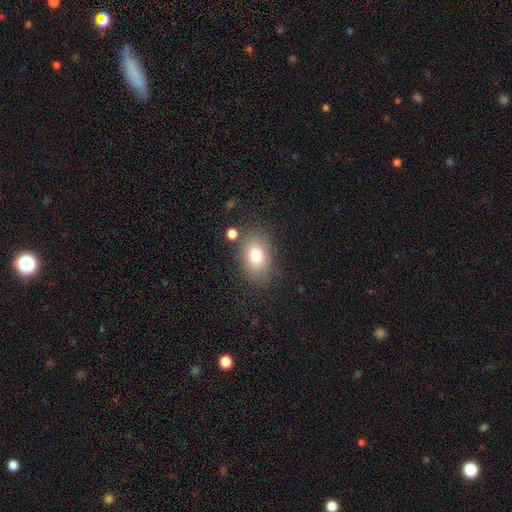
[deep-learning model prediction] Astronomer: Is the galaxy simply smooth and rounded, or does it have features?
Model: smooth — 77%.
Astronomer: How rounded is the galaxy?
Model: in between — 76%.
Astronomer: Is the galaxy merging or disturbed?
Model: none — 79%.